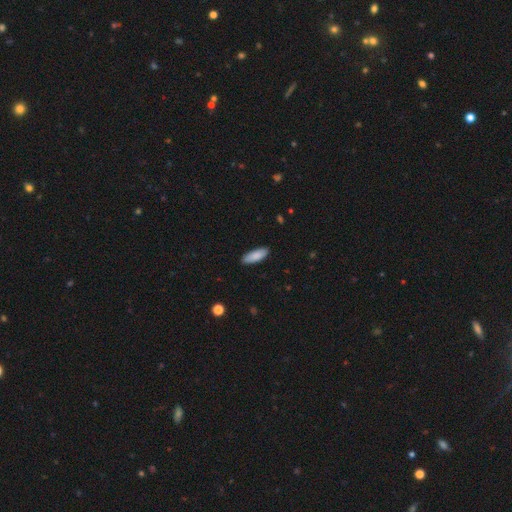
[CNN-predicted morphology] Smooth or featured? smooth (87%)
How rounded? in between (64%)
Merging? none (88%)